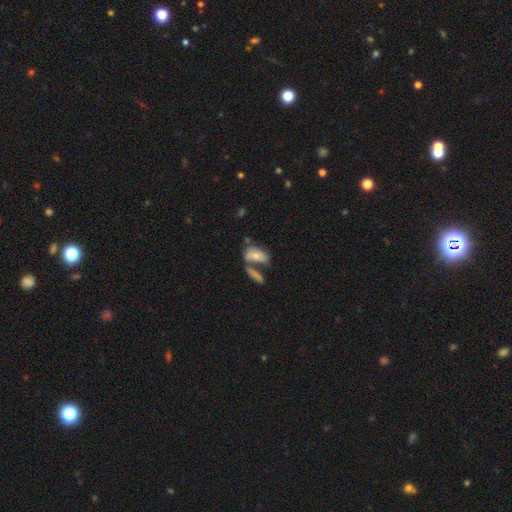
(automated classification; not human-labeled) smooth-or-featured: smooth: 63% | featured or disk: 29% | star or artifact: 8%
  how-rounded: in between: 84% | cigar-shaped: 10% | round: 6%
  merging: merger: 45% | none: 32% | minor disturbance: 14% | major disturbance: 9%